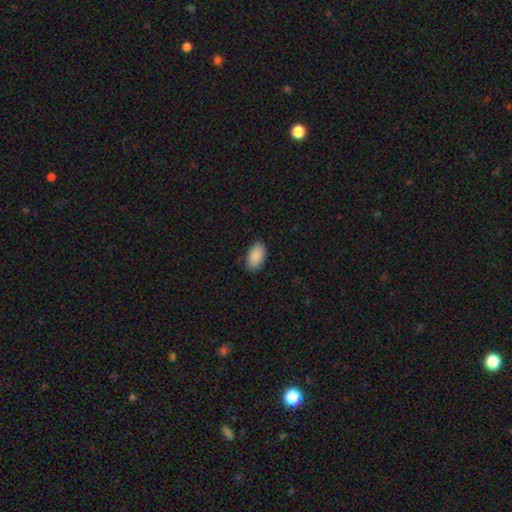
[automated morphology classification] Smooth or featured?
  - smooth: 90% *
  - star or artifact: 6%
  - featured or disk: 3%
How rounded?
  - in between: 94% *
  - round: 5%
  - cigar-shaped: 1%
Merging?
  - none: 84% *
  - minor disturbance: 12%
  - major disturbance: 2%
  - merger: 1%